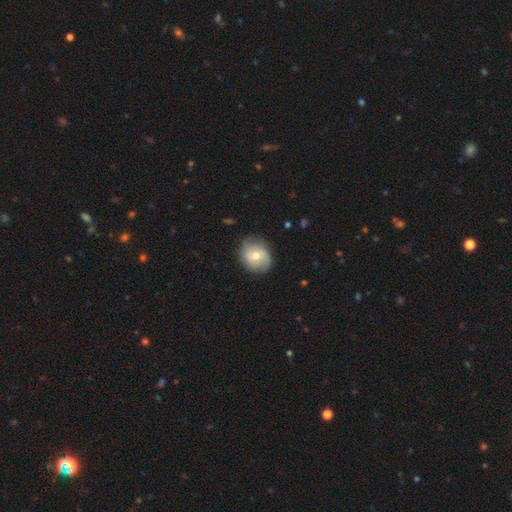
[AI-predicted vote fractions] smooth-or-featured: smooth: 55% | featured or disk: 37% | star or artifact: 8%
  how-rounded: round: 68% | in between: 31% | cigar-shaped: 1%
  merging: none: 78% | minor disturbance: 17% | major disturbance: 4% | merger: 1%